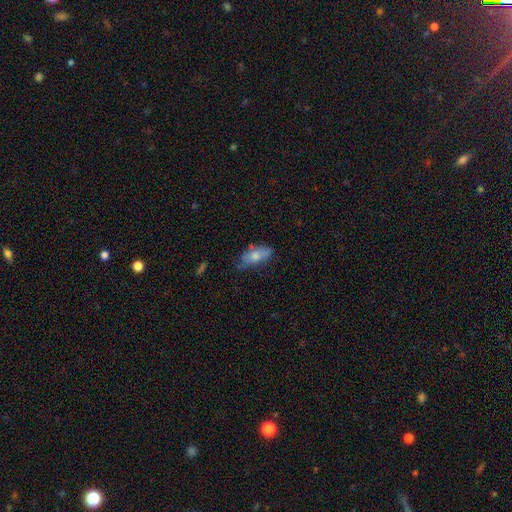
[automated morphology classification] smooth 68%, featured or disk 25%, star or artifact 7%. Down the decision tree: how rounded — in between (81%); merging — none (52%).